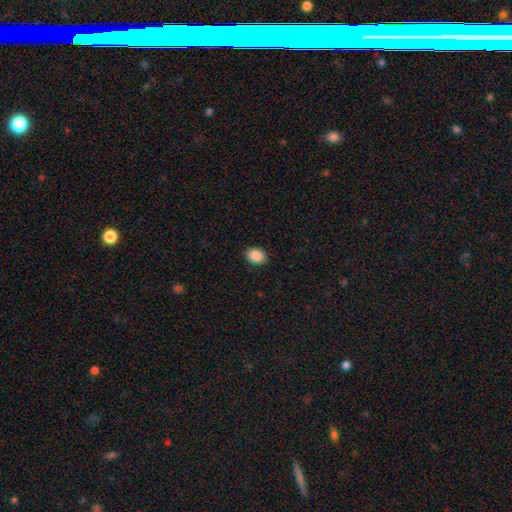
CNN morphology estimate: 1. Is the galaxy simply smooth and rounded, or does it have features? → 89% smooth, 8% star or artifact, 3% featured or disk.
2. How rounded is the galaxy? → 65% in between, 34% round, 1% cigar-shaped.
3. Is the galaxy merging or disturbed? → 90% none, 8% minor disturbance, 2% major disturbance, 1% merger.